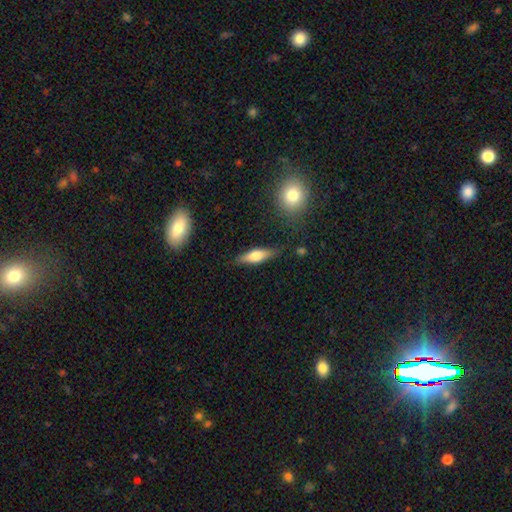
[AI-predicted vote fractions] The model was most divided on "how rounded": cigar-shaped: 52%, in between: 45%, round: 3%. More confident: merging — none (82%); smooth or featured — smooth (54%).